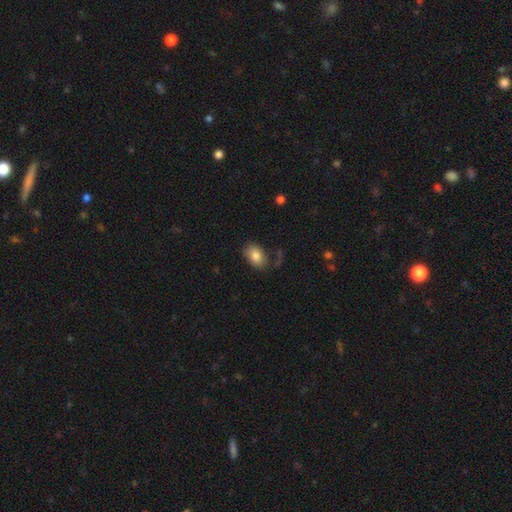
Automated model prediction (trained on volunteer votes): smooth-or-featured: smooth: 83% | featured or disk: 10% | star or artifact: 7%
  how-rounded: in between: 87% | round: 12% | cigar-shaped: 1%
  merging: none: 73% | minor disturbance: 17% | major disturbance: 7% | merger: 4%